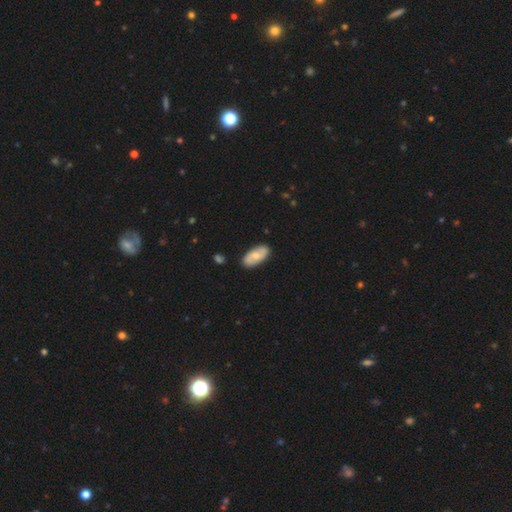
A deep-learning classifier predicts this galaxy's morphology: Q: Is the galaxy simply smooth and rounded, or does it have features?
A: smooth — 62%.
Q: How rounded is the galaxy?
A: in between — 91%.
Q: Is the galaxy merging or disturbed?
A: none — 86%.